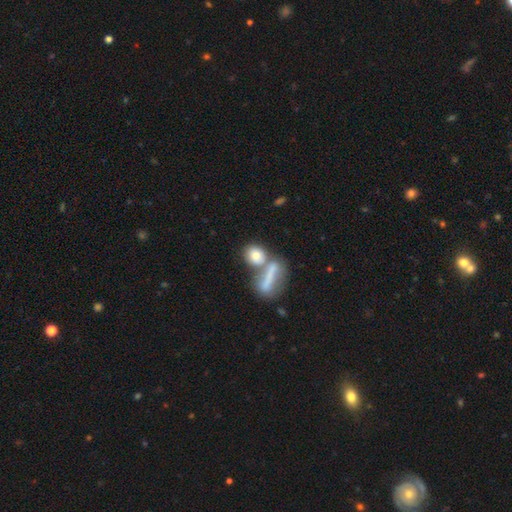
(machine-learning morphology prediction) Smooth or featured? smooth (74%)
How rounded? round (50%)
Merging? merger (44%)